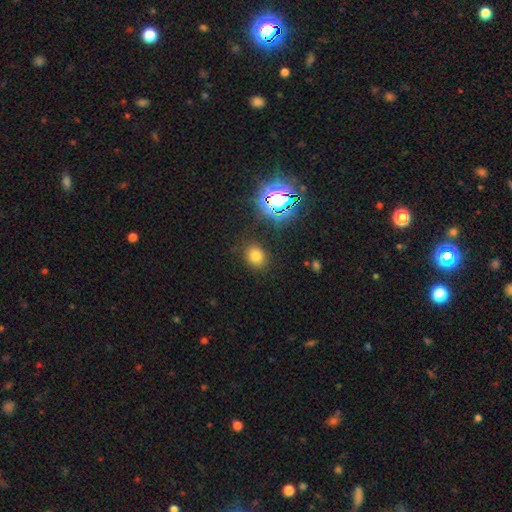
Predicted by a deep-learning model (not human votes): A smooth galaxy with no disk features (72%) that is round (54%). Merging: none (86%).